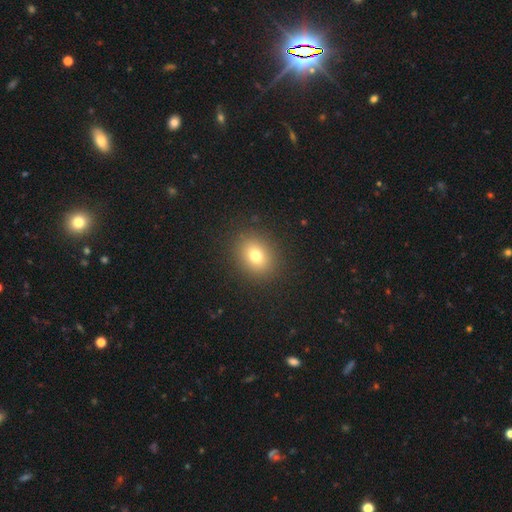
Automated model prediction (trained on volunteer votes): Smooth or featured? Predicted: smooth (p=0.77). How rounded? Predicted: round (p=0.54). Merging? Predicted: none (p=0.89).